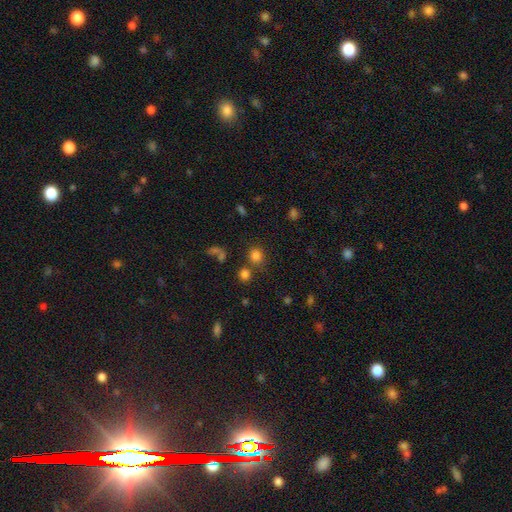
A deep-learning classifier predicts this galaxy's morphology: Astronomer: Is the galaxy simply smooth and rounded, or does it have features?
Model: smooth — 78%.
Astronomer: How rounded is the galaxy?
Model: round — 87%.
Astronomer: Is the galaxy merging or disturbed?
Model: none — 72%.